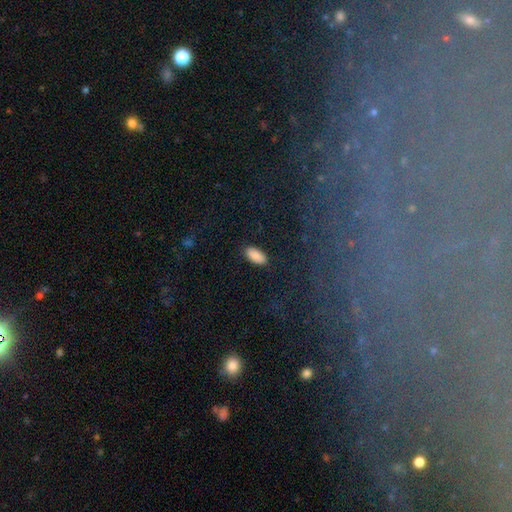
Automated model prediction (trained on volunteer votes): Smooth or featured? smooth (89%)
How rounded? in between (91%)
Merging? none (87%)